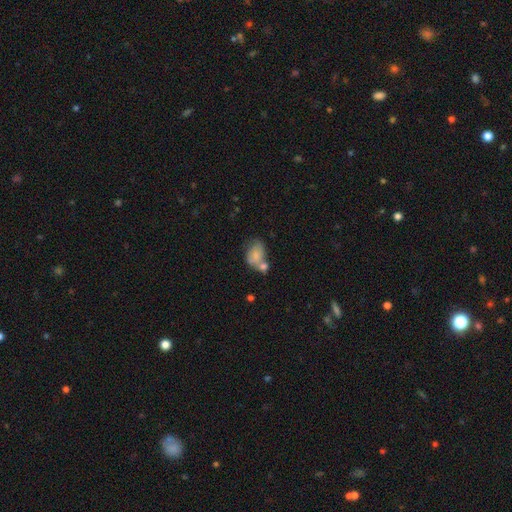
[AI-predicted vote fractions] Smooth or featured? smooth (75%)
How rounded? in between (80%)
Merging? merger (47%)